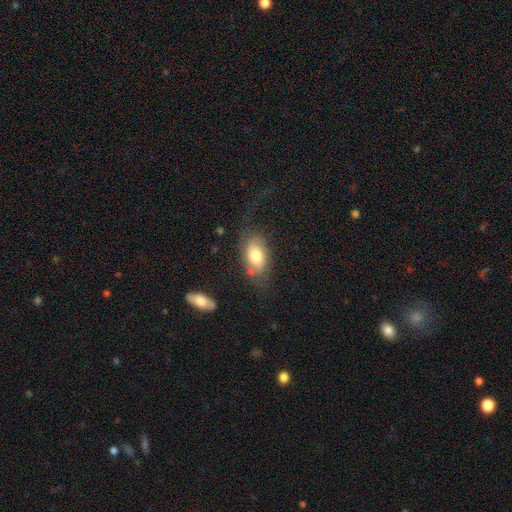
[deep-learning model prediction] smooth-or-featured: smooth: 70% | featured or disk: 23% | star or artifact: 8%
  how-rounded: in between: 88% | round: 9% | cigar-shaped: 2%
  merging: none: 62% | minor disturbance: 21% | major disturbance: 12% | merger: 5%